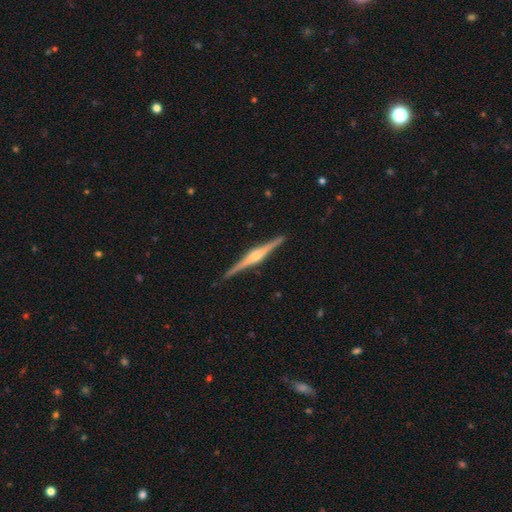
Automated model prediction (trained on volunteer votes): Q: Smooth or featured?
A: featured or disk (85%); runner-up: smooth (11%)
Q: Edge-on disk?
A: yes (99%); runner-up: no (1%)
Q: Edge-on bulge?
A: rounded (82%); runner-up: boxy (12%)
Q: Merging?
A: none (91%); runner-up: minor disturbance (7%)